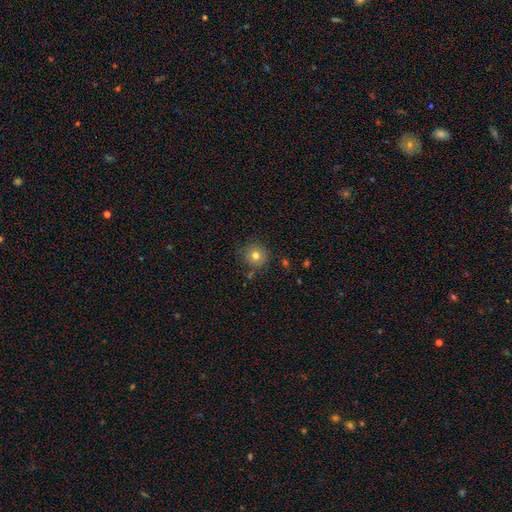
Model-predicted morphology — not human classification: Smooth or featured?
  - smooth: 77% *
  - star or artifact: 13%
  - featured or disk: 11%
How rounded?
  - round: 93% *
  - in between: 6%
  - cigar-shaped: 1%
Merging?
  - none: 82% *
  - minor disturbance: 11%
  - merger: 4%
  - major disturbance: 3%